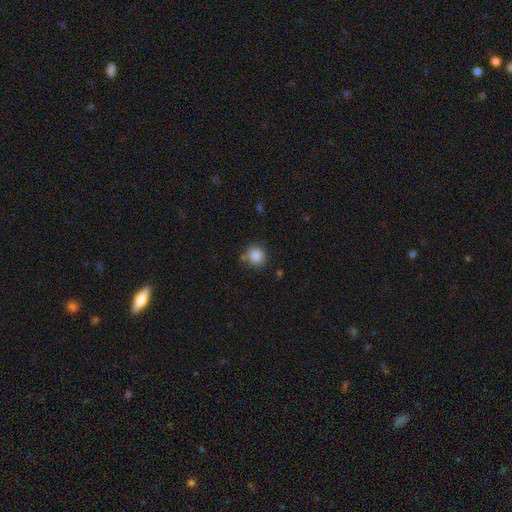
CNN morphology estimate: Smooth or featured? Predicted: smooth (p=0.86). How rounded? Predicted: round (p=0.87). Merging? Predicted: none (p=0.75).